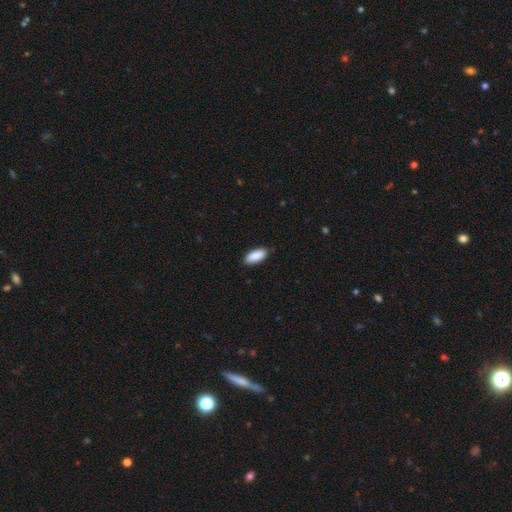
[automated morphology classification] The model was most divided on "how rounded": in between: 85%, cigar-shaped: 13%, round: 2%. More confident: smooth or featured — smooth (90%); merging — none (88%).